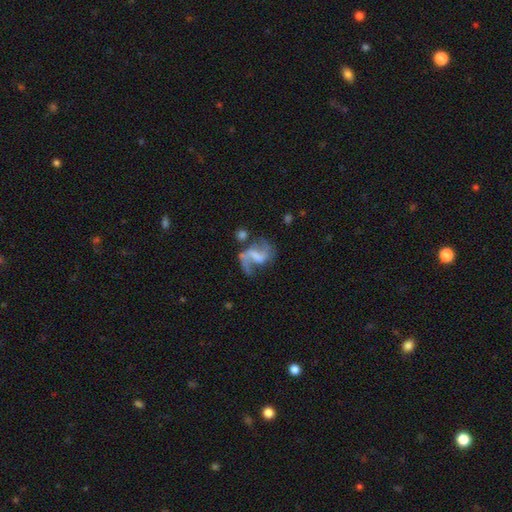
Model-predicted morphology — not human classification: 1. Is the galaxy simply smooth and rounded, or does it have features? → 83% featured or disk, 10% smooth, 7% star or artifact.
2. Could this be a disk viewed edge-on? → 98% no, 2% yes.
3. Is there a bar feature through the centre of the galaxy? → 47% weak, 34% strong, 20% no.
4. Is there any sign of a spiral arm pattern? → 93% yes, 7% no.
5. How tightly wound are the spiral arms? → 61% loose, 33% medium, 6% tight.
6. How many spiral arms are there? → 83% 2, 10% 1, 3% can't tell, 1% 3, 1% 4, 1% more than 4.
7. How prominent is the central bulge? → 47% none, 26% small, 20% moderate, 6% large, 2% dominant.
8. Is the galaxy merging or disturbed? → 51% none, 21% major disturbance, 19% minor disturbance, 9% merger.